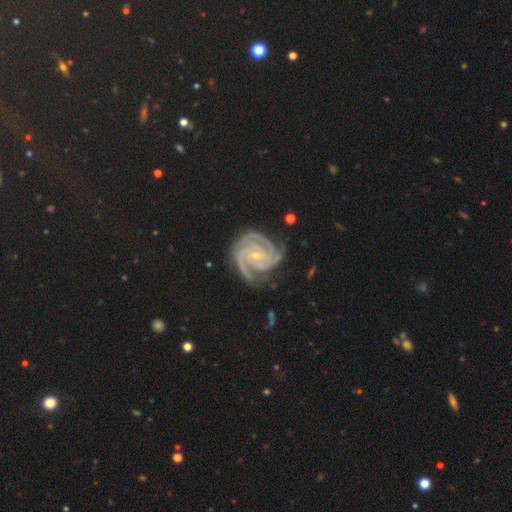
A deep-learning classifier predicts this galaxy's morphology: Smooth or featured?
  - featured or disk: 93% *
  - star or artifact: 4%
  - smooth: 3%
Edge-on disk?
  - no: 98% *
  - yes: 2%
Bar?
  - no: 62% *
  - weak: 24%
  - strong: 14%
Spiral arms?
  - yes: 99% *
  - no: 1%
Spiral winding?
  - tight: 75% *
  - medium: 23%
  - loose: 2%
Spiral arm count?
  - 3: 55% *
  - 4: 19%
  - 2: 10%
  - can't tell: 6%
  - more than 4: 5%
  - 1: 5%
Bulge size?
  - small: 78% *
  - moderate: 19%
  - none: 1%
  - large: 1%
  - dominant: 1%
Merging?
  - none: 73% *
  - minor disturbance: 19%
  - major disturbance: 6%
  - merger: 2%